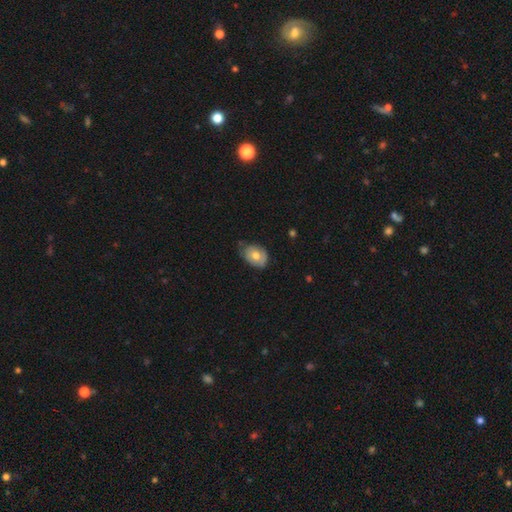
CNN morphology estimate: smooth_or_featured: smooth (p=0.64) [alt: featured or disk p=0.29]
how_rounded: in between (p=0.72) [alt: round p=0.27]
merging: none (p=0.51) [alt: minor disturbance p=0.38]